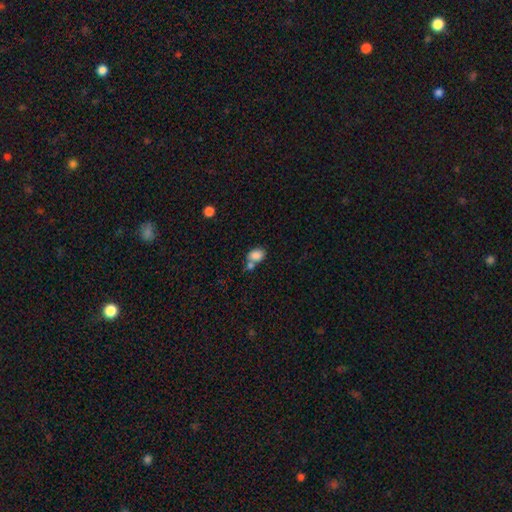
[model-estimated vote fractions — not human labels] Smooth or featured: smooth — 83% (star or artifact — 9%)
How rounded: in between — 74% (round — 25%)
Merging: merger — 42% (none — 40%)